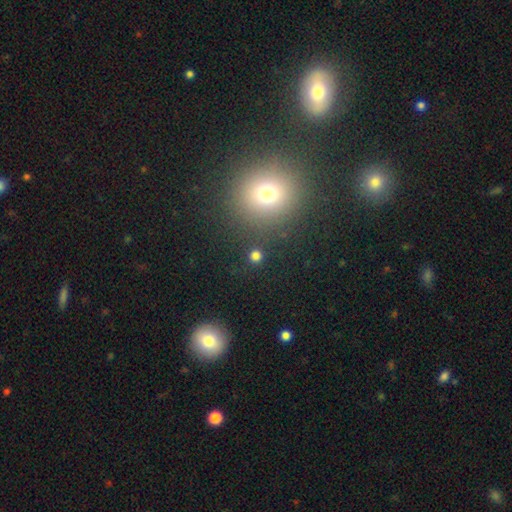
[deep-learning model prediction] The model was most divided on "smooth or featured": smooth: 75%, star or artifact: 20%, featured or disk: 5%. More confident: how rounded — round (92%); merging — none (87%).